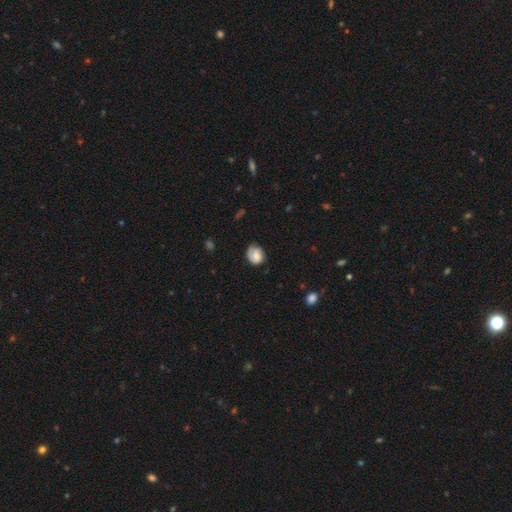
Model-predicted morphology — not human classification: This is possibly a smooth galaxy (59%). How rounded: possibly round (54%). Merging: possibly none (57%).